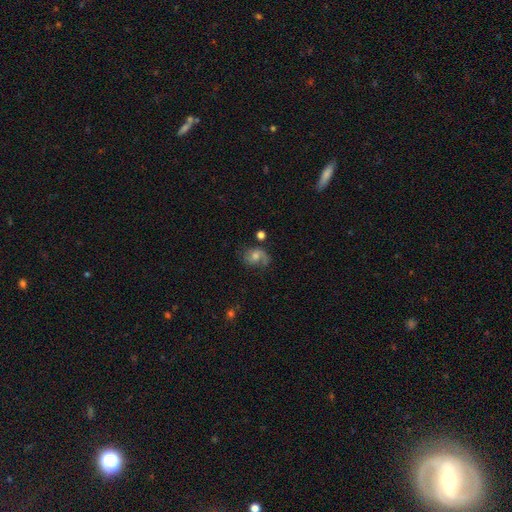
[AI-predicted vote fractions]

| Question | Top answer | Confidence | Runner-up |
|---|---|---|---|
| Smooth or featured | featured or disk | 65% | smooth (24%) |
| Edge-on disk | no | 97% | yes (3%) |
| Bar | no | 60% | weak (34%) |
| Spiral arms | yes | 89% | no (11%) |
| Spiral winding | medium | 43% | loose (40%) |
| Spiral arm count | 2 | 57% | 1 (32%) |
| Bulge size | moderate | 52% | small (33%) |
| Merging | none | 58% | minor disturbance (21%) |